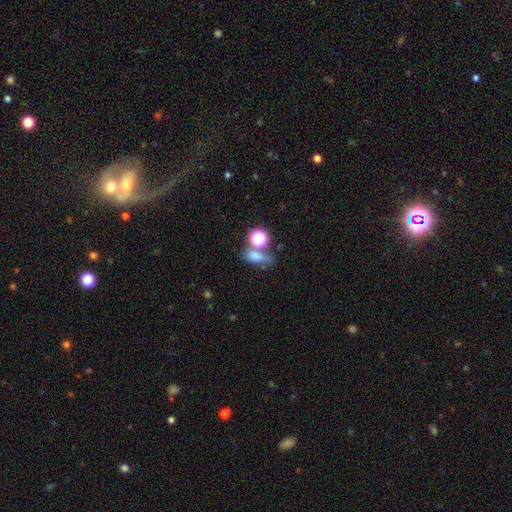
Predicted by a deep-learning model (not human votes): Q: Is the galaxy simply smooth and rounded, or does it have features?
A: smooth — 70%.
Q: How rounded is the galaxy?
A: in between — 62%.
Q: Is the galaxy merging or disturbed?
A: none — 46%.